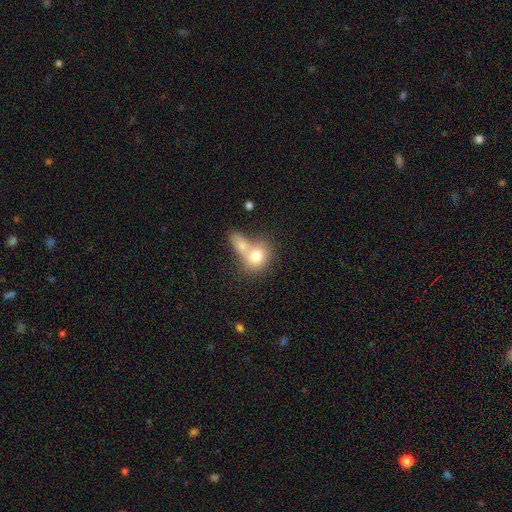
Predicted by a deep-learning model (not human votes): Q: Smooth or featured?
A: smooth (75%); runner-up: featured or disk (16%)
Q: How rounded?
A: round (53%); runner-up: in between (45%)
Q: Merging?
A: merger (63%); runner-up: none (24%)